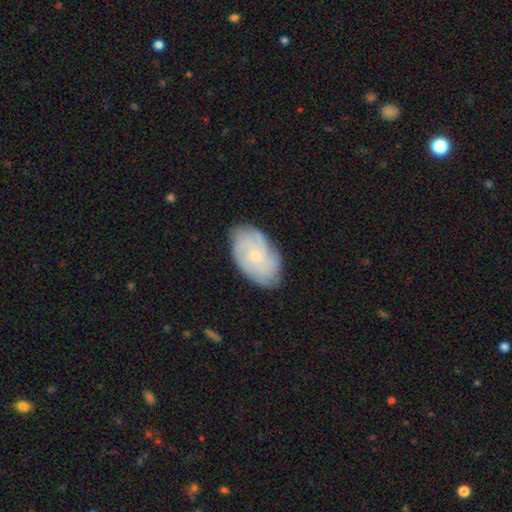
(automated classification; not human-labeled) featured or disk 60%, smooth 33%, star or artifact 7%. Down the decision tree: edge-on disk — no (96%); bar — no (80%); spiral arms — yes (88%); spiral arm count — can't tell (46%); spiral winding — tight (59%); bulge size — small (74%); merging — none (78%).